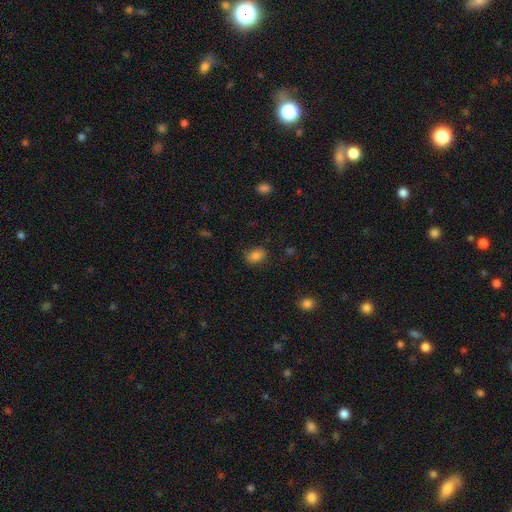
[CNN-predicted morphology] smooth 84%, star or artifact 11%, featured or disk 6%. Down the decision tree: how rounded — in between (70%); merging — none (79%).